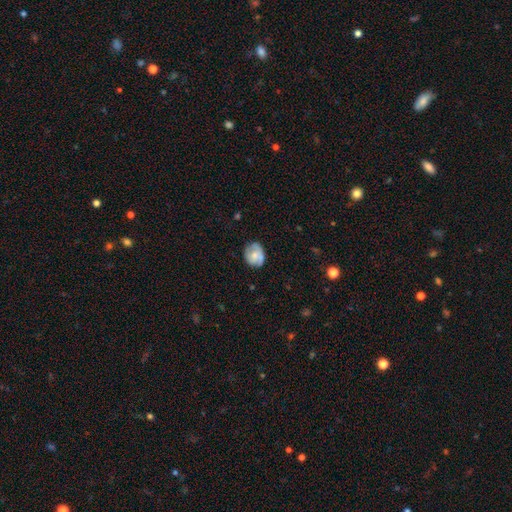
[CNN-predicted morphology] This is likely a smooth galaxy (61%). How rounded: possibly round (57%). Merging: likely none (61%).